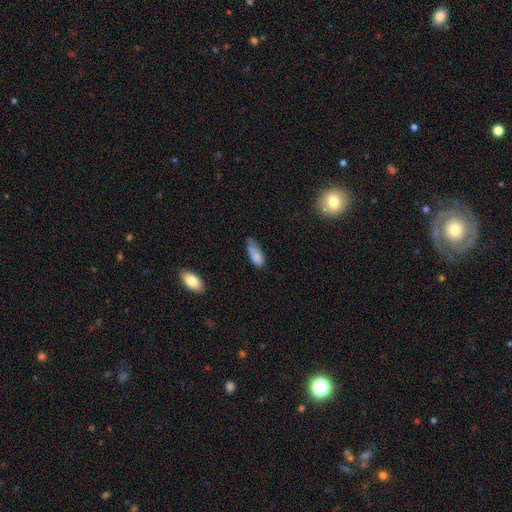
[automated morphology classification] smooth_or_featured: smooth (p=0.81) [alt: featured or disk p=0.11]
how_rounded: in between (p=0.78) [alt: cigar-shaped p=0.19]
merging: none (p=0.41) [tied with: minor disturbance p=0.41]